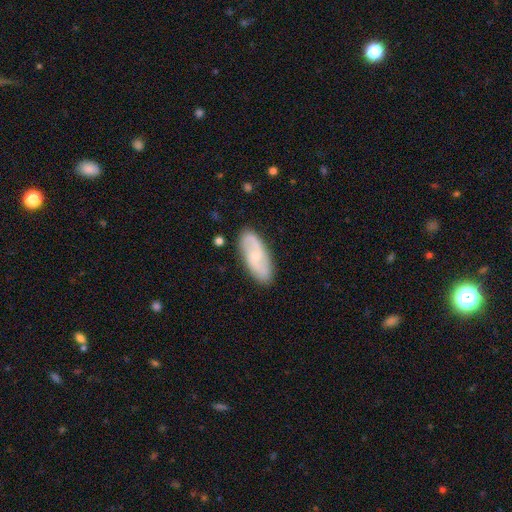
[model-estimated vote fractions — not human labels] smooth_or_featured: featured or disk (p=0.55) [alt: smooth p=0.39]
disk_edge_on: no (p=0.89) [alt: yes p=0.11]
merging: none (p=0.84) [alt: minor disturbance p=0.12]